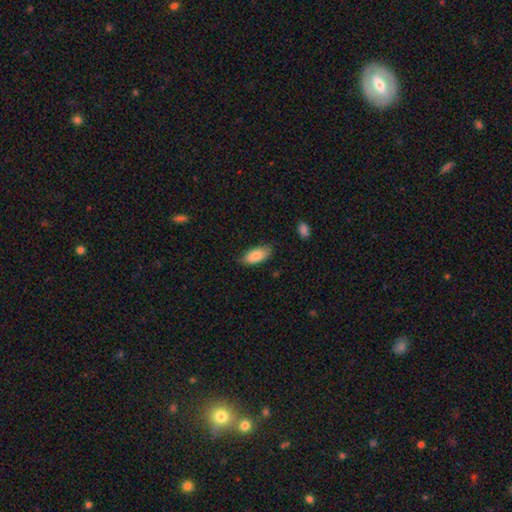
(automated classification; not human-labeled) smooth 84%, featured or disk 10%, star or artifact 6%. Down the decision tree: how rounded — in between (89%); merging — none (75%).